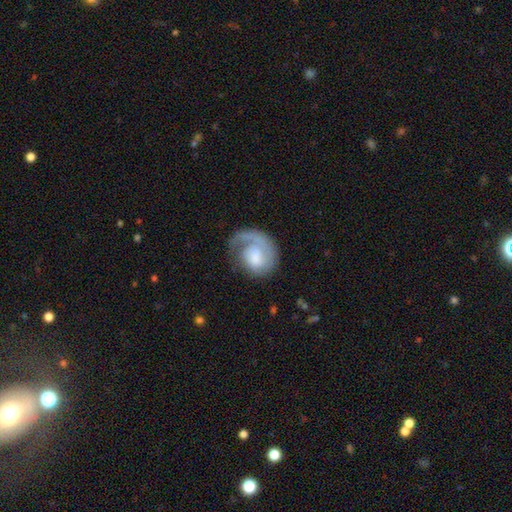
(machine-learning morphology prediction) Smooth or featured: featured or disk — 65% (smooth — 29%)
Edge-on disk: no — 98% (yes — 2%)
Bar: no — 71% (weak — 25%)
Spiral arms: yes — 87% (no — 13%)
Spiral winding: tight — 43% (medium — 31%)
Spiral arm count: 1 — 87% (can't tell — 5%)
Bulge size: moderate — 33% (large — 24%)
Merging: none — 49% (major disturbance — 29%)